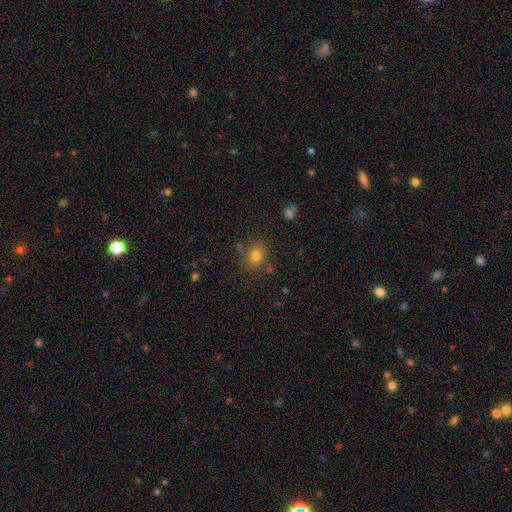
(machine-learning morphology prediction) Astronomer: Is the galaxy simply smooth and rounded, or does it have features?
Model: smooth — 75%.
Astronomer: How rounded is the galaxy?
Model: round — 58% (runner-up: in between, 41%).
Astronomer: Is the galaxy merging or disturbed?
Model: none — 75%.